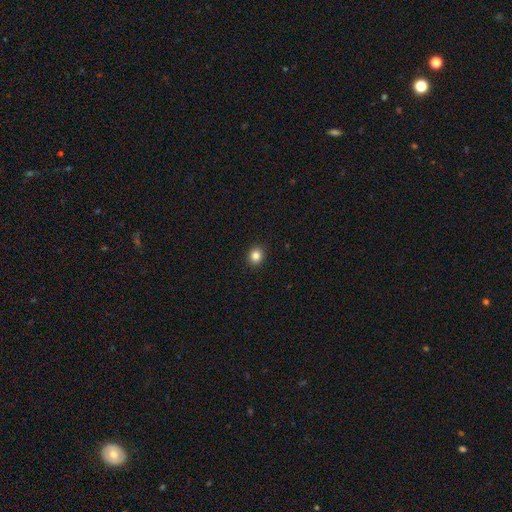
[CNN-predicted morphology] Smooth or featured? Predicted: smooth (p=0.84). How rounded? Predicted: round (p=0.78). Merging? Predicted: none (p=0.92).